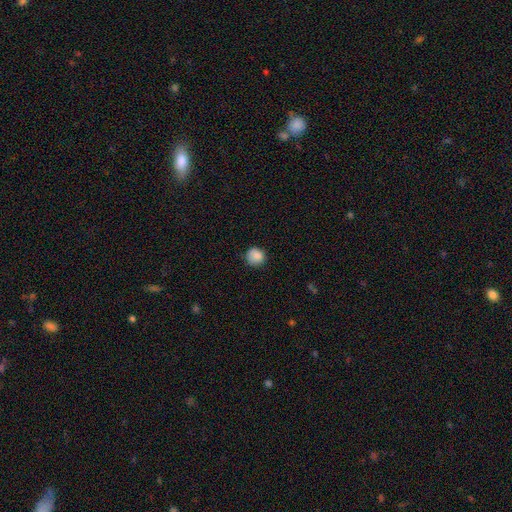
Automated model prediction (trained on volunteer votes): Overall: smooth (87%). How rounded: round (86%). Merging: none (76%).